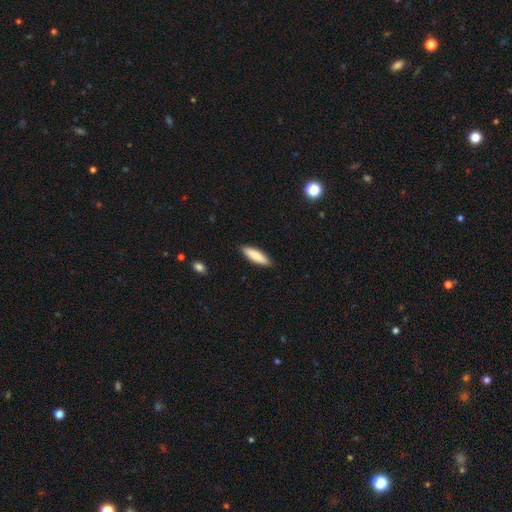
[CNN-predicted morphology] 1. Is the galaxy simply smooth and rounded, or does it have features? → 84% smooth, 11% featured or disk, 5% star or artifact.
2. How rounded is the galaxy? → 66% cigar-shaped, 33% in between, 1% round.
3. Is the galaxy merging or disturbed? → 89% none, 8% minor disturbance, 2% major disturbance, 1% merger.